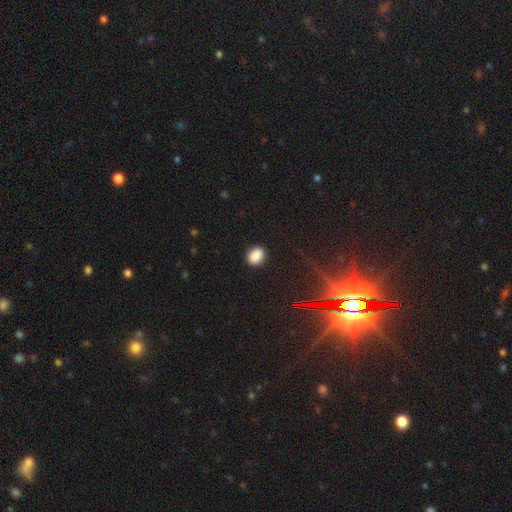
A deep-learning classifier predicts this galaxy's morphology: smooth 86%, star or artifact 10%, featured or disk 4%. Down the decision tree: how rounded — in between (59%); merging — none (88%).